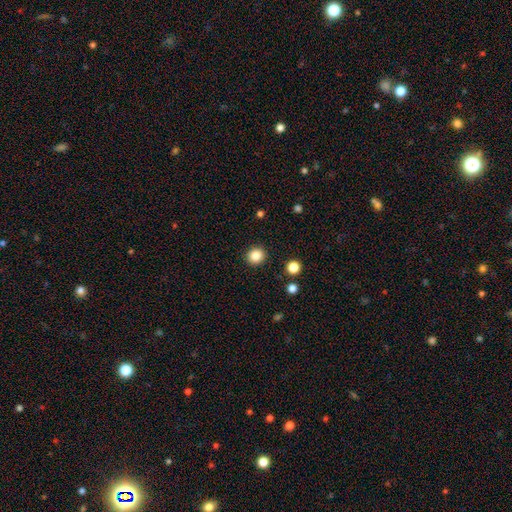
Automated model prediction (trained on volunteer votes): Smooth or featured? smooth (85%)
How rounded? round (90%)
Merging? none (92%)